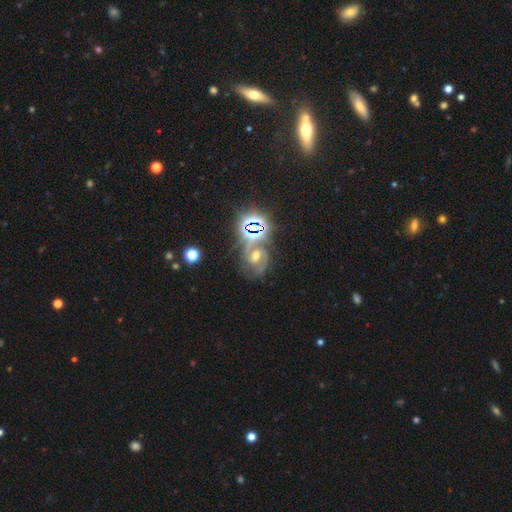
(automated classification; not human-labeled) A featured or disk galaxy (57%) with a weak bar (40%), spiral arms (89%) and a moderate central bulge (67%). Merging: none (61%).